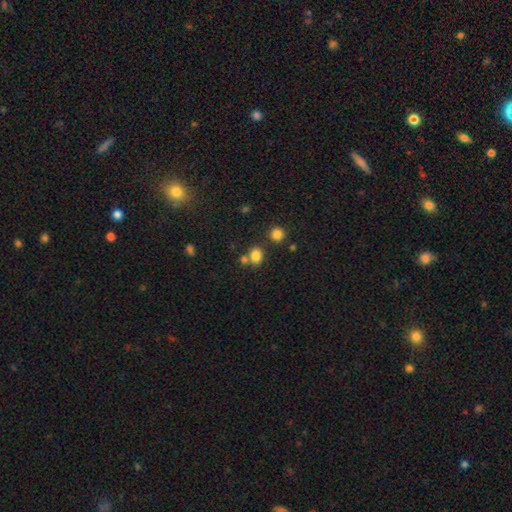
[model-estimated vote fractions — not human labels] Smooth or featured? smooth (81%)
How rounded? round (57%)
Merging? none (62%)